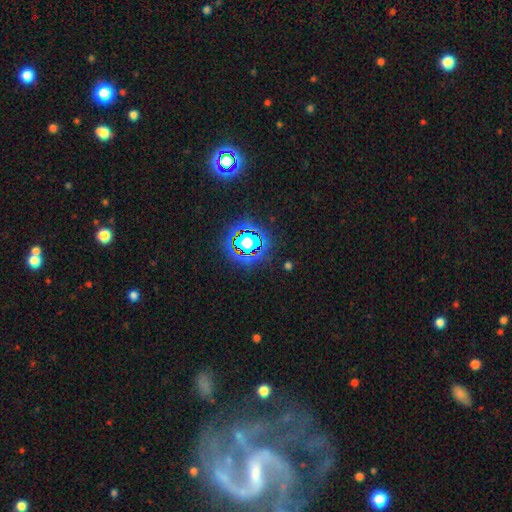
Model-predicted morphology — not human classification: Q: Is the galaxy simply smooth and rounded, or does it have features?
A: featured or disk — 61%.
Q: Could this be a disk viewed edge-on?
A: no — 92%.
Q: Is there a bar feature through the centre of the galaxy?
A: weak — 38%.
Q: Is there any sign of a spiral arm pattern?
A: yes — 81%.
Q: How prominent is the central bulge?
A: small — 62%.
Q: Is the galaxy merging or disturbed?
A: none — 65%.